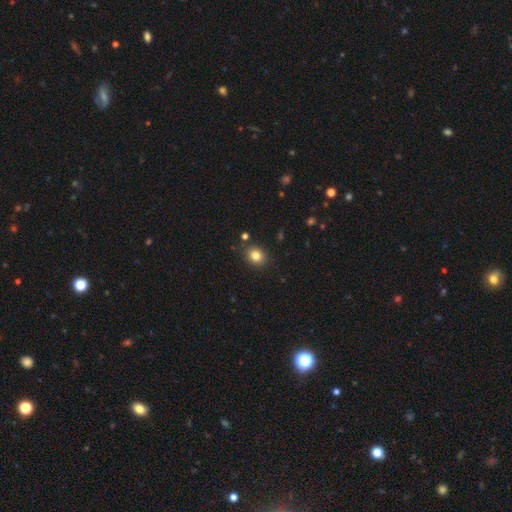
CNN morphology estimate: A smooth galaxy with no disk features (83%) that is round (61%).

Vote fractions:
- Smooth or featured? smooth: 83% / star or artifact: 11% / featured or disk: 6%
- How rounded? round: 61% / in between: 38% / cigar-shaped: 1%
- Merging? none: 85% / minor disturbance: 9% / merger: 3% / major disturbance: 2%